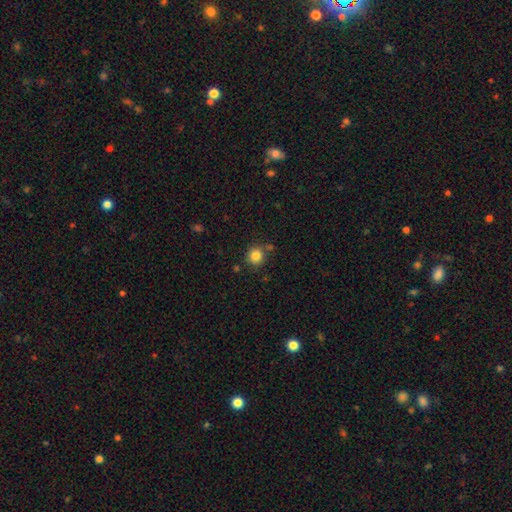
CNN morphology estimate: Q: Smooth or featured?
A: smooth (84%); runner-up: star or artifact (11%)
Q: How rounded?
A: round (91%); runner-up: in between (8%)
Q: Merging?
A: none (80%); runner-up: minor disturbance (10%)